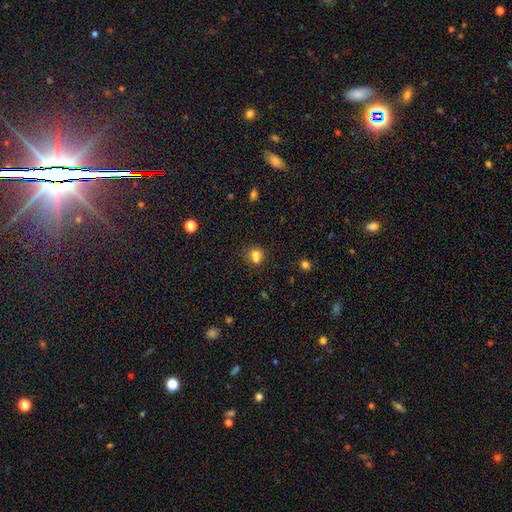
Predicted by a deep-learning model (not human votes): This appears to be a smooth galaxy with no disk features (72%) that is round (73%). Merging: none (43%, tied with merger).